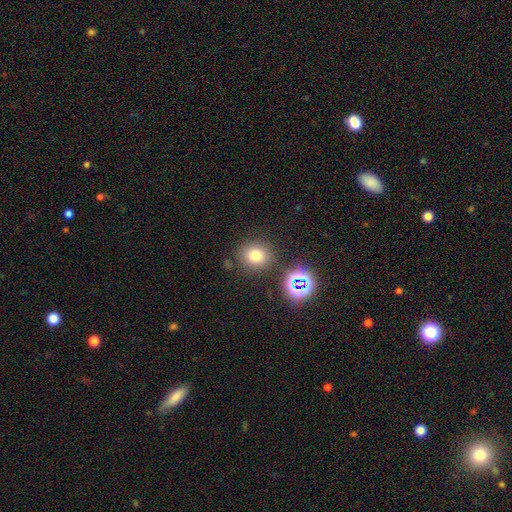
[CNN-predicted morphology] smooth 72%, star or artifact 20%, featured or disk 9%. Down the decision tree: how rounded — round (85%); merging — none (82%).